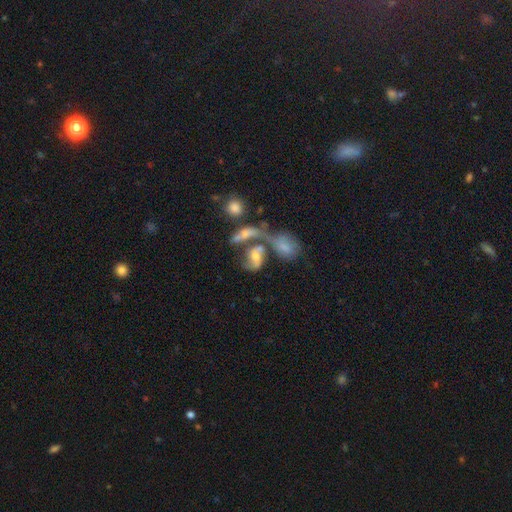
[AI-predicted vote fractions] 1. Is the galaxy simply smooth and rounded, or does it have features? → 56% featured or disk, 31% smooth, 13% star or artifact.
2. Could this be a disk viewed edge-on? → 92% no, 8% yes.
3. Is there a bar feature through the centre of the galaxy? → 60% no, 29% weak, 11% strong.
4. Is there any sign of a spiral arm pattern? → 71% yes, 29% no.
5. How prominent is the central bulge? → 50% moderate, 27% small, 10% none, 10% large, 2% dominant.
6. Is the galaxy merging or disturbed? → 48% merger, 27% none, 13% major disturbance, 12% minor disturbance.